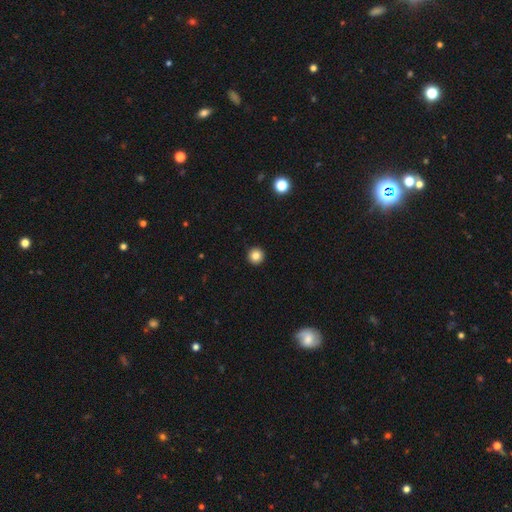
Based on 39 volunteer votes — Volunteers were most divided on "smooth or featured": smooth: 87%, star or artifact: 8%, featured or disk: 5%. More confident: how rounded — round (100%); merging — none (100%).